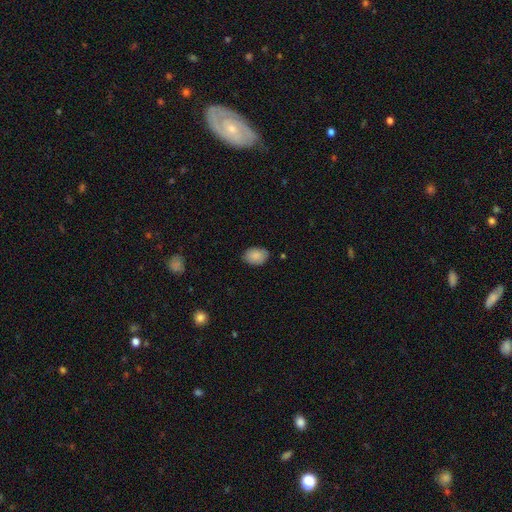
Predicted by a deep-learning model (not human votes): The model was most divided on "merging": none: 81%, minor disturbance: 15%, major disturbance: 3%, merger: 1%. More confident: smooth or featured — smooth (88%); how rounded — in between (83%).